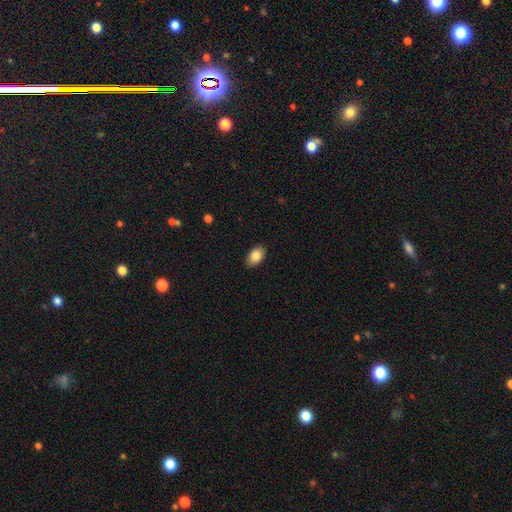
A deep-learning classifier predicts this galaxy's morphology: A smooth galaxy with no disk features (85%) that is in between round and cigar-shaped (89%). Merging: none (89%).